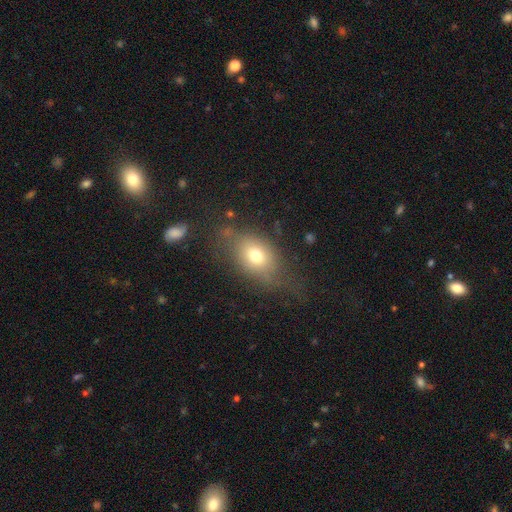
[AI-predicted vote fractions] smooth_or_featured: smooth (p=0.69) [alt: featured or disk p=0.19]
how_rounded: in between (p=0.70) [alt: round p=0.27]
merging: none (p=0.54) [alt: minor disturbance p=0.25]